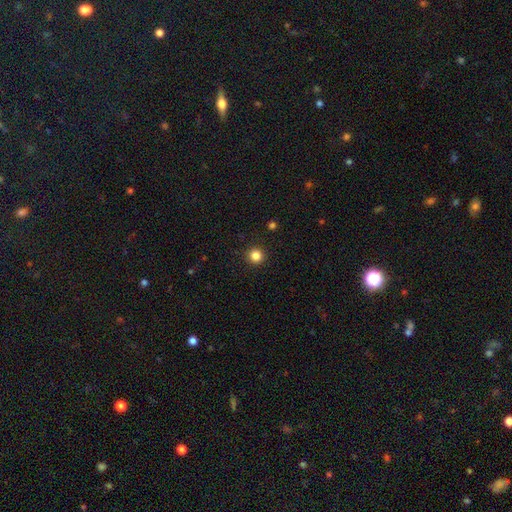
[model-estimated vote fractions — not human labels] Morphology: type=smooth (84%); roundness=round (95%); merging=none (93%).